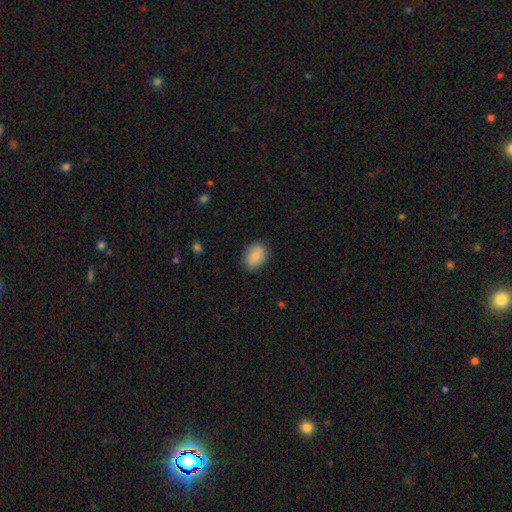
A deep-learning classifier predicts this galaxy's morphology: This is clearly a smooth galaxy (87%). How rounded: likely in between (75%). Merging: clearly none (84%).